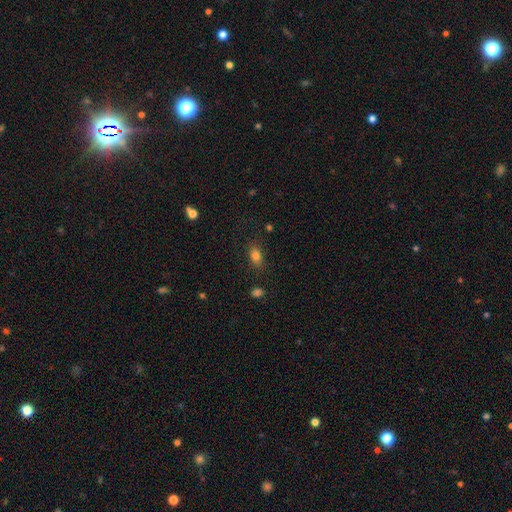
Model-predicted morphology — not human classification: This appears to be a smooth galaxy with no disk features (82%) that is in between round and cigar-shaped (82%). Merging: none (80%).